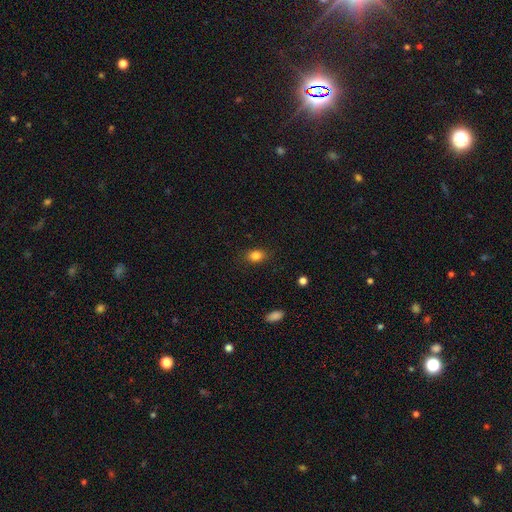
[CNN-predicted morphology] Smooth or featured? smooth (83%)
How rounded? in between (67%)
Merging? none (85%)